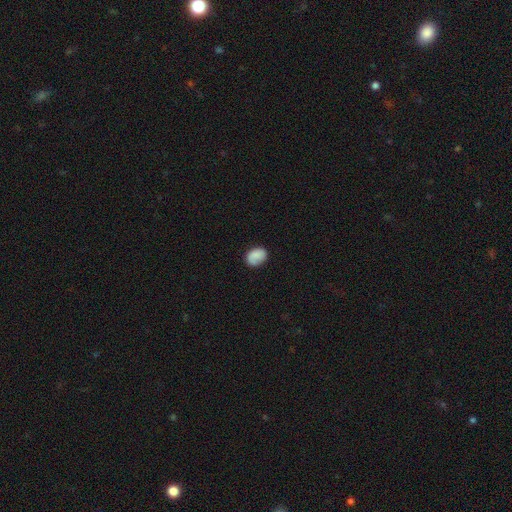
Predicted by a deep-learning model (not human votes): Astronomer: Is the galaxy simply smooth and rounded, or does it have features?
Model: smooth — 80%.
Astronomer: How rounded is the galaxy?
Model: in between — 68%.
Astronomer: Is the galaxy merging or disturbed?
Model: none — 74%.